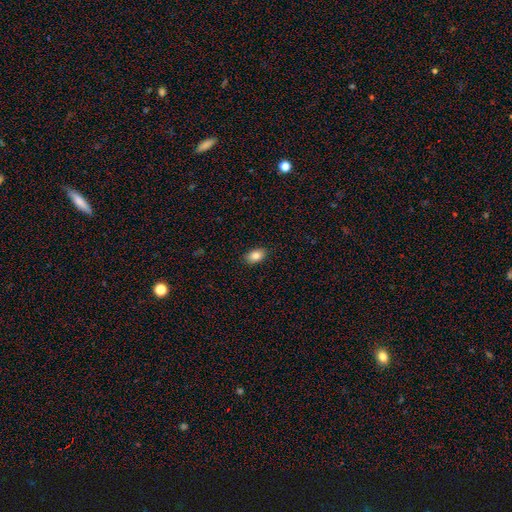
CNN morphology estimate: smooth 84%, featured or disk 8%, star or artifact 8%. Down the decision tree: how rounded — in between (90%); merging — none (89%).